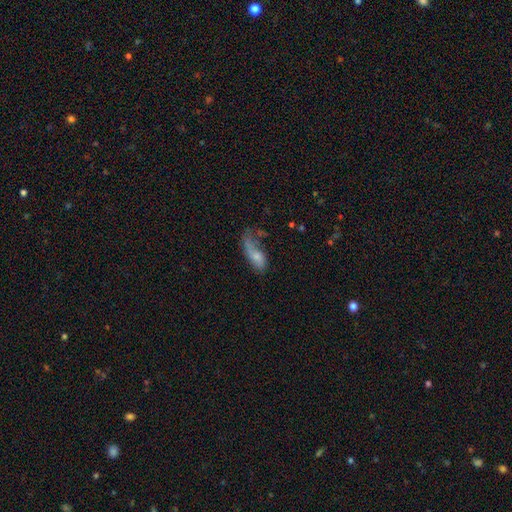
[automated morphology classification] smooth 58%, featured or disk 33%, star or artifact 9%. Down the decision tree: how rounded — in between (76%); merging — major disturbance (43%).